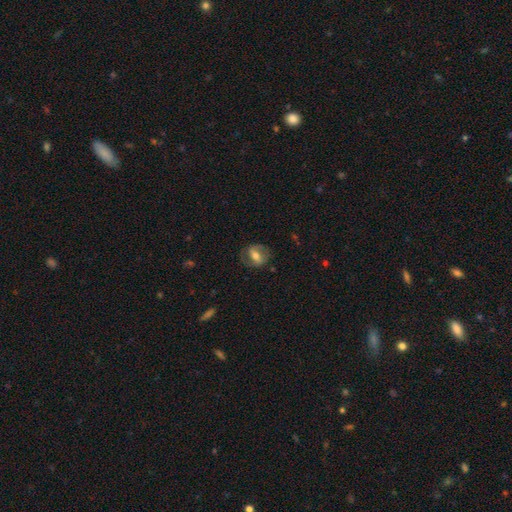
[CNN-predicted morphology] Smooth or featured? featured or disk (55%)
Edge-on disk? no (94%)
Bar? strong (41%)
Spiral arms? yes (63%)
Bulge size? moderate (63%)
Merging? none (71%)